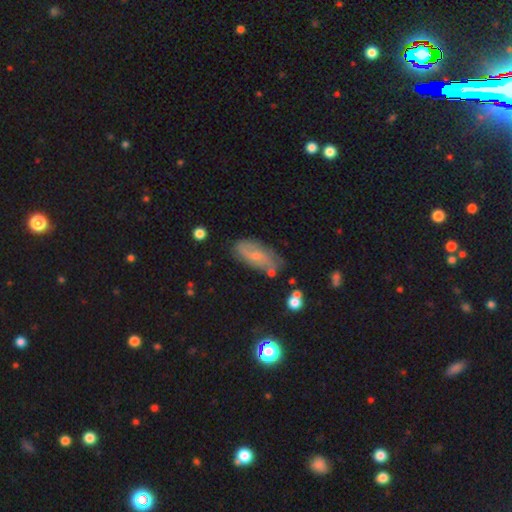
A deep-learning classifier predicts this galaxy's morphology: Q: Smooth or featured?
A: featured or disk (55%); runner-up: smooth (36%)
Q: Edge-on disk?
A: no (91%); runner-up: yes (9%)
Q: Bar?
A: no (55%); runner-up: weak (38%)
Q: Spiral arms?
A: yes (82%); runner-up: no (18%)
Q: Bulge size?
A: small (65%); runner-up: moderate (23%)
Q: Merging?
A: none (63%); runner-up: minor disturbance (24%)